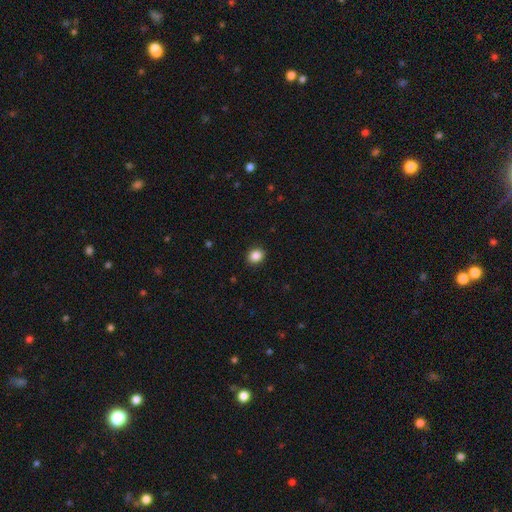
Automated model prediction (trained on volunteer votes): Smooth or featured? smooth (87%)
How rounded? round (64%)
Merging? none (91%)